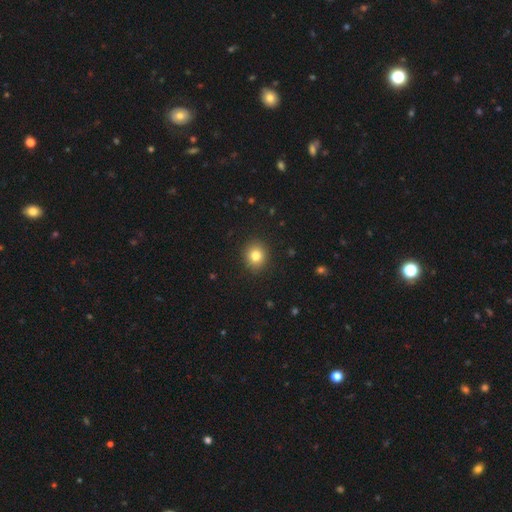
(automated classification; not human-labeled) smooth_or_featured: smooth (p=0.81) [alt: star or artifact p=0.11]
how_rounded: round (p=0.78) [alt: in between p=0.21]
merging: none (p=0.90) [alt: minor disturbance p=0.07]